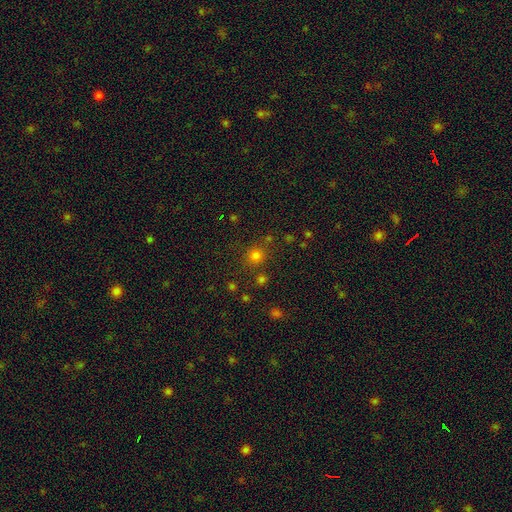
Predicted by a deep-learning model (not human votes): smooth_or_featured: smooth (p=0.76) [alt: star or artifact p=0.19]
how_rounded: round (p=0.88) [alt: in between p=0.11]
merging: none (p=0.79) [alt: minor disturbance p=0.10]